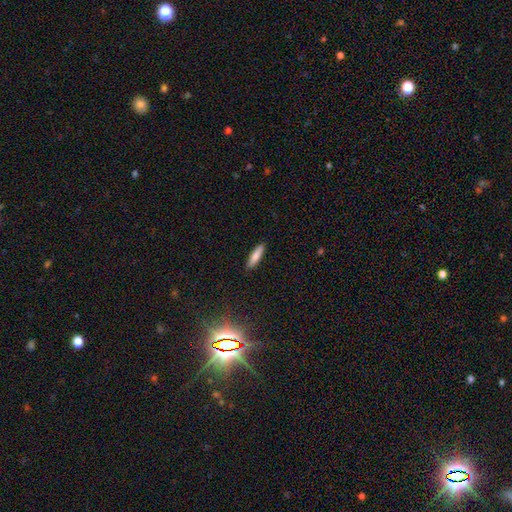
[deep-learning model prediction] Morphology: type=smooth (81%); roundness=cigar-shaped (71%); merging=none (89%).